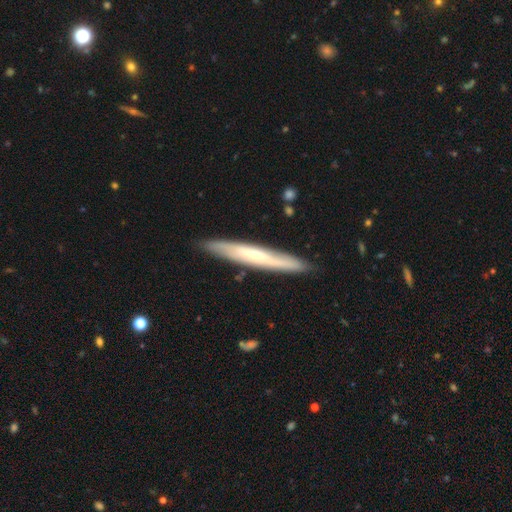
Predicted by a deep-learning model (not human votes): Q: Smooth or featured?
A: featured or disk (56%); runner-up: smooth (38%)
Q: Edge-on disk?
A: yes (81%); runner-up: no (19%)
Q: Merging?
A: none (87%); runner-up: minor disturbance (10%)